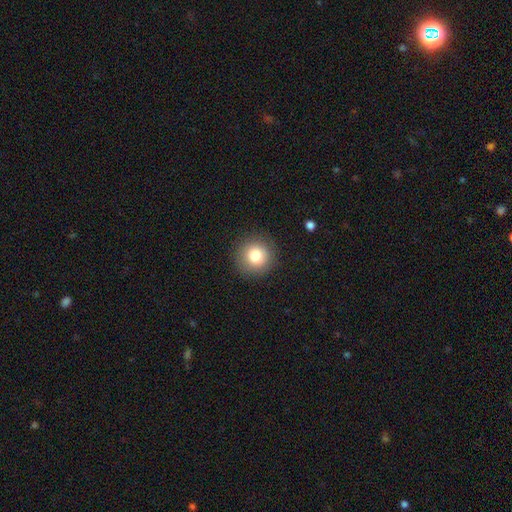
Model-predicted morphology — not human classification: The model was most divided on "smooth or featured": smooth: 80%, star or artifact: 10%, featured or disk: 10%. More confident: how rounded — round (94%); merging — none (90%).